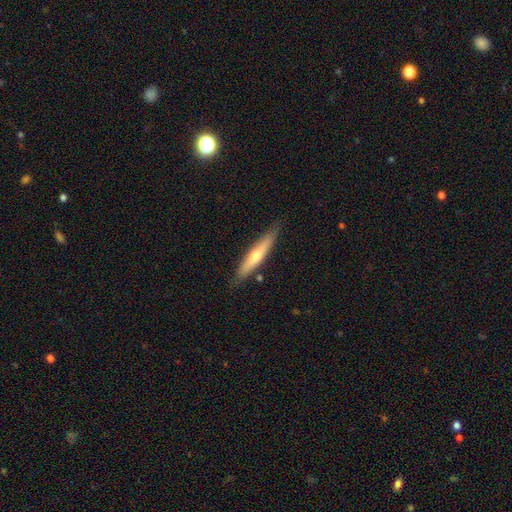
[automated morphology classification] This is possibly a featured or disk galaxy (51%). It is clearly viewed edge-on (89%). Merging: clearly none (85%).